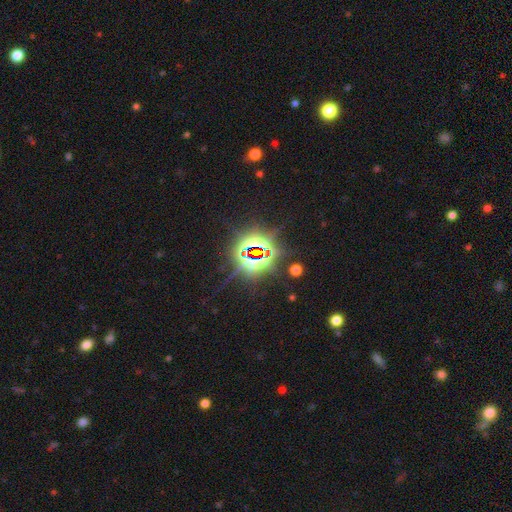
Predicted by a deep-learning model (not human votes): Smooth or featured? Predicted: star or artifact (p=0.83).